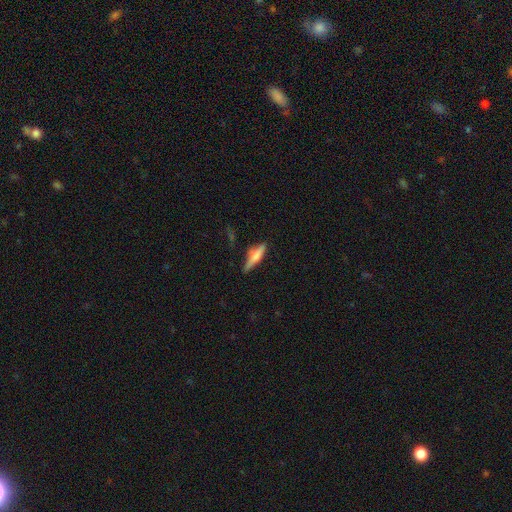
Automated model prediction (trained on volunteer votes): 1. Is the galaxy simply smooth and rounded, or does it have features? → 55% smooth, 37% featured or disk, 7% star or artifact.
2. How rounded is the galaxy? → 77% cigar-shaped, 21% in between, 2% round.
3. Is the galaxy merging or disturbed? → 67% none, 22% minor disturbance, 7% major disturbance, 5% merger.